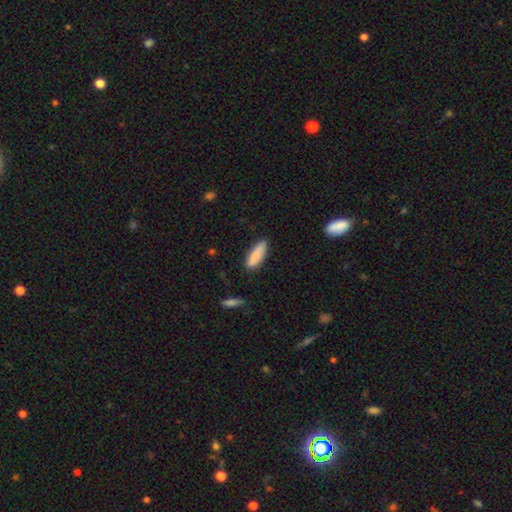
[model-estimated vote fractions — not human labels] This is clearly a smooth galaxy (88%). How rounded: possibly in between (51%). Merging: clearly none (83%).